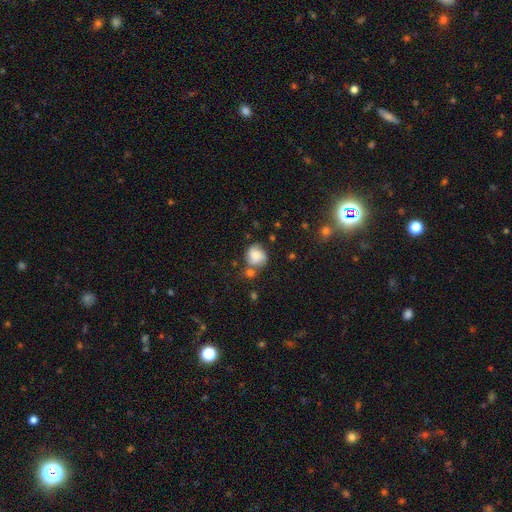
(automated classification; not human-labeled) Smooth or featured? smooth (51%)
How rounded? round (72%)
Merging? none (50%)